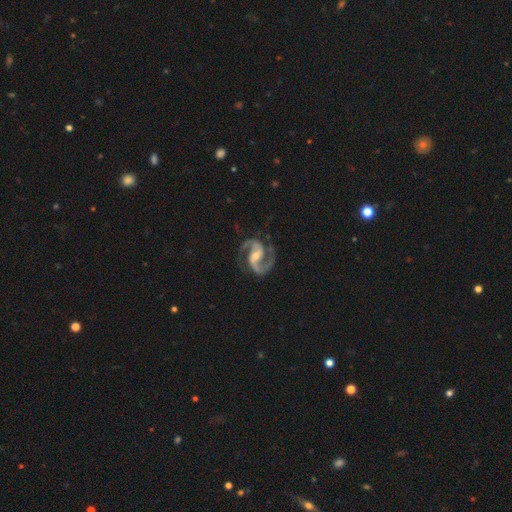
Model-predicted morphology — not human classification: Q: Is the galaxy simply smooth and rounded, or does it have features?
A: featured or disk — 94%.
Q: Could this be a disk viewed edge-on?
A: no — 98%.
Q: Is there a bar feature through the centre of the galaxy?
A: weak — 38%.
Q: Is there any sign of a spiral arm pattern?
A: yes — 99%.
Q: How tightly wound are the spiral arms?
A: medium — 67%.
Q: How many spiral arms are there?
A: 2 — 94%.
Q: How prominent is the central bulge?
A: moderate — 50%.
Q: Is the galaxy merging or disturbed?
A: none — 81%.